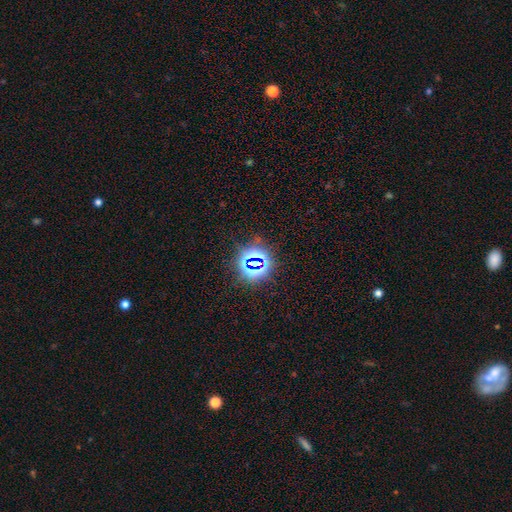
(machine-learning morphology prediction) The model was most divided on "smooth or featured": star or artifact: 80%, smooth: 12%, featured or disk: 8%.